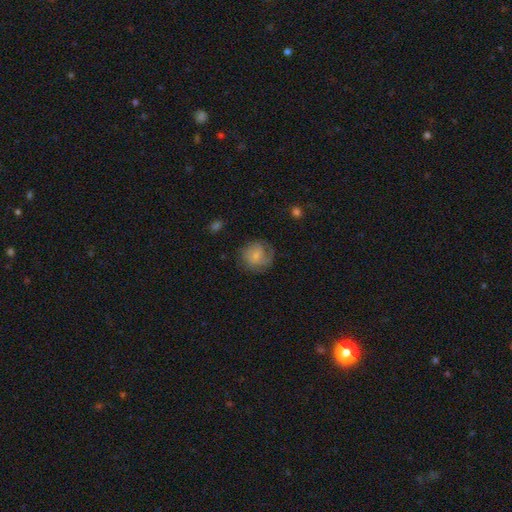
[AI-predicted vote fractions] Morphology: type=smooth (49%); merging=none (64%).